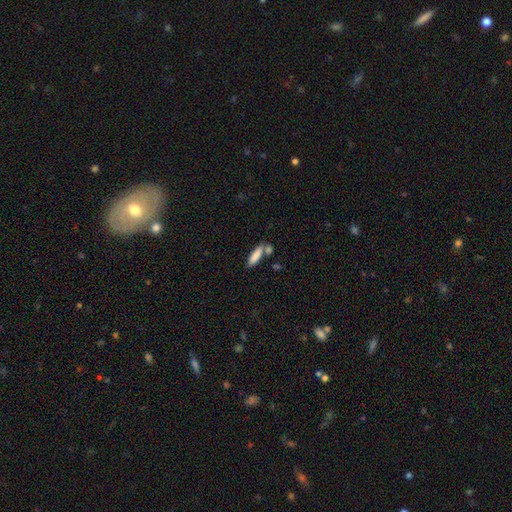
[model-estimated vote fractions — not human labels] smooth 84%, featured or disk 10%, star or artifact 7%. Down the decision tree: how rounded — cigar-shaped (63%); merging — none (62%).